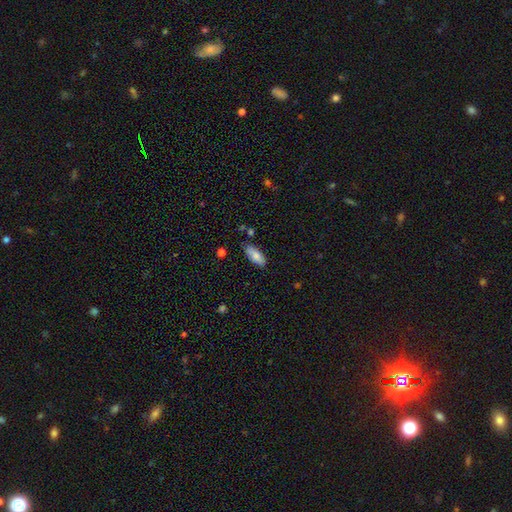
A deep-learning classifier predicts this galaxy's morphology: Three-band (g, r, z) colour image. It shows a smooth galaxy with no disk features (81%) that is in between round and cigar-shaped (80%). Merging: none (82%).